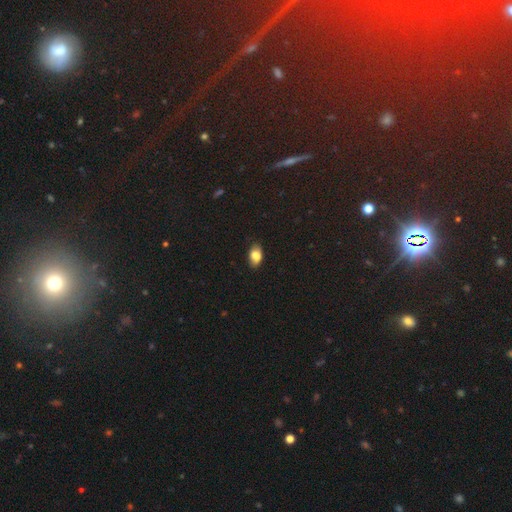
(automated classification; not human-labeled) smooth 80%, featured or disk 11%, star or artifact 9%. Down the decision tree: how rounded — in between (89%); merging — none (79%).